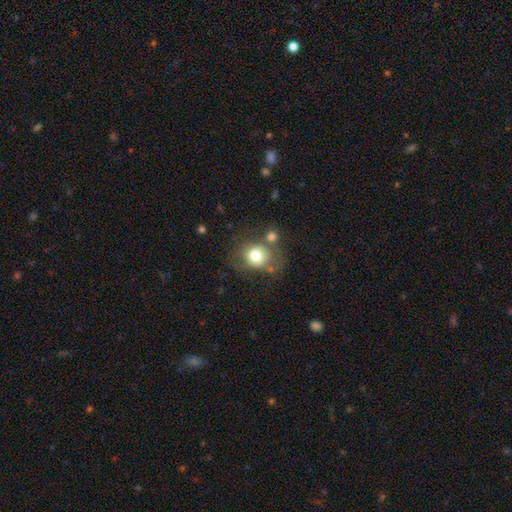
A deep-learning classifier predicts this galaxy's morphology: Smooth or featured? Predicted: smooth (p=0.75). How rounded? Predicted: round (p=0.70). Merging? Predicted: none (p=0.54).